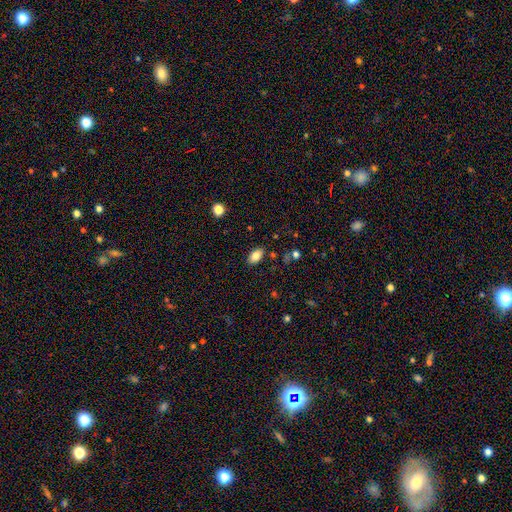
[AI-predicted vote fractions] Smooth or featured? smooth (83%)
How rounded? in between (91%)
Merging? none (86%)